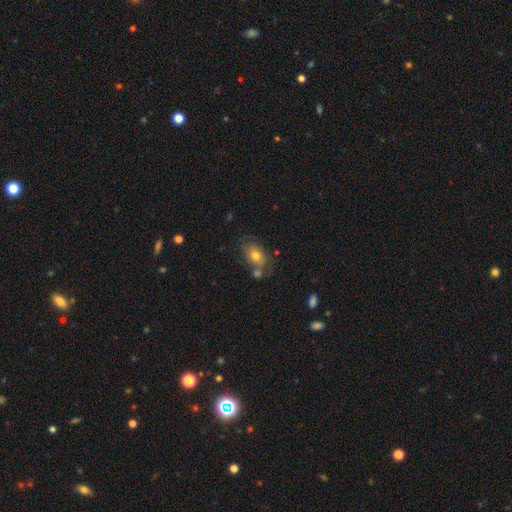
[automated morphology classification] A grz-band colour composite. It shows a smooth galaxy with no disk features (70%) that is in between round and cigar-shaped (77%). Merging: none (54%).